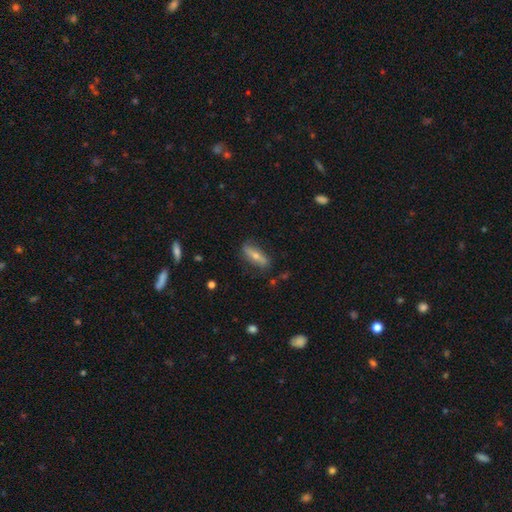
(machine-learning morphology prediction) Overall: featured or disk (50%; smooth 40%). Merging: none (78%).